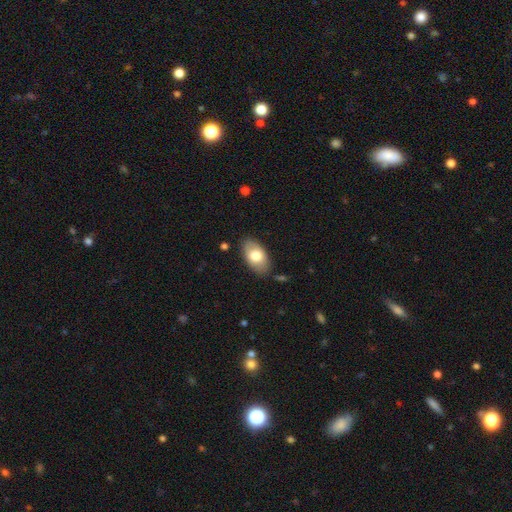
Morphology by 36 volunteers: smooth 83%, featured or disk 11%, star or artifact 6%. Down the decision tree: how rounded — in between (97%); merging — none (76%).